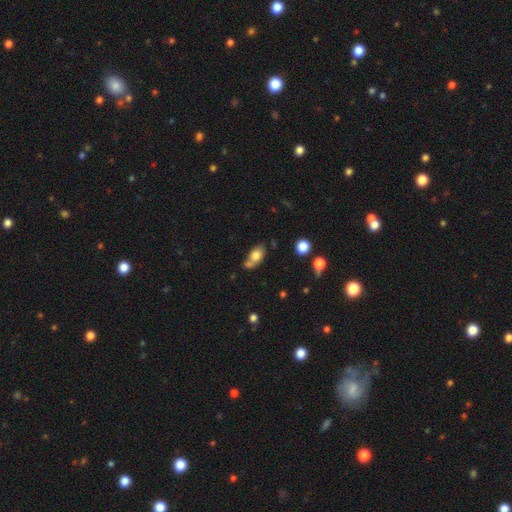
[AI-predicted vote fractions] Smooth or featured?
  - smooth: 76% *
  - featured or disk: 15%
  - star or artifact: 9%
How rounded?
  - in between: 83% *
  - round: 13%
  - cigar-shaped: 4%
Merging?
  - none: 46% *
  - merger: 29%
  - minor disturbance: 19%
  - major disturbance: 6%